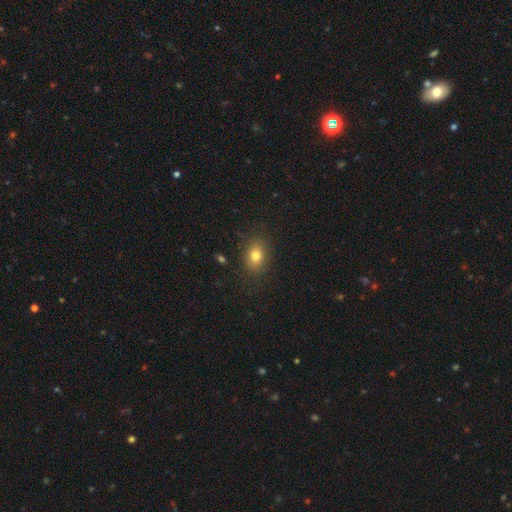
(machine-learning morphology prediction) smooth-or-featured: smooth: 79% | star or artifact: 11% | featured or disk: 10%
  how-rounded: in between: 68% | round: 31% | cigar-shaped: 1%
  merging: none: 85% | minor disturbance: 11% | major disturbance: 3% | merger: 1%